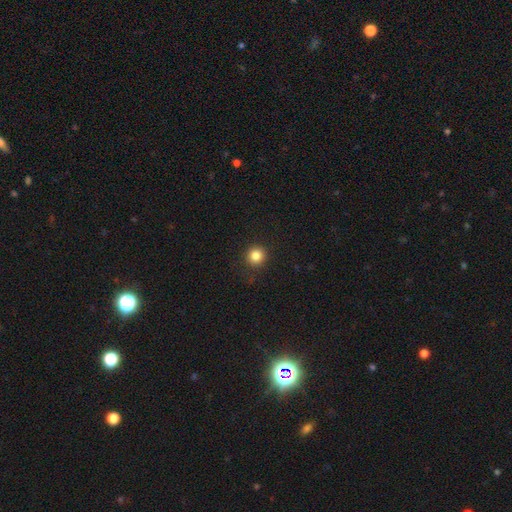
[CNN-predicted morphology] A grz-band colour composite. It shows a smooth galaxy with no disk features (84%) that is round (94%). Merging: none (91%).